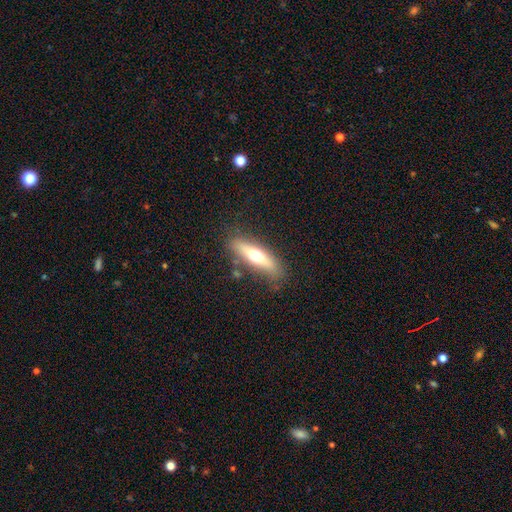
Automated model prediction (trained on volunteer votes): The model was most divided on "smooth or featured": smooth: 47%, featured or disk: 46%, star or artifact: 6%. More confident: merging — none (79%).